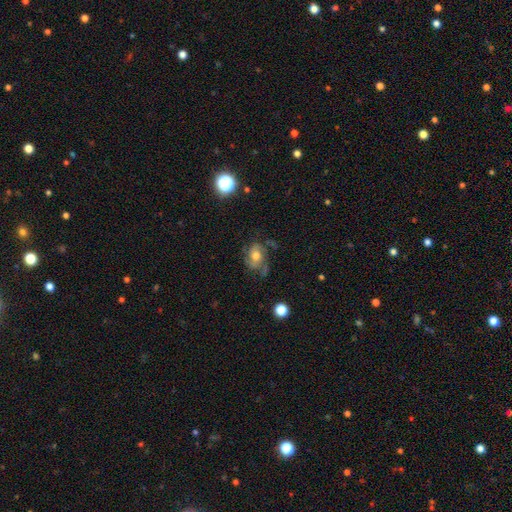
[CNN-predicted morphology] Smooth or featured?
  - featured or disk: 71% *
  - smooth: 20%
  - star or artifact: 10%
Edge-on disk?
  - no: 97% *
  - yes: 3%
Bar?
  - no: 74% *
  - weak: 22%
  - strong: 4%
Spiral arms?
  - yes: 90% *
  - no: 10%
Spiral winding?
  - medium: 47% *
  - tight: 33%
  - loose: 20%
Spiral arm count?
  - 2: 38% *
  - 3: 26%
  - can't tell: 20%
  - 4: 6%
  - 1: 6%
  - more than 4: 4%
Bulge size?
  - moderate: 61% *
  - large: 22%
  - small: 12%
  - none: 3%
  - dominant: 2%
Merging?
  - none: 57% *
  - minor disturbance: 22%
  - major disturbance: 18%
  - merger: 3%